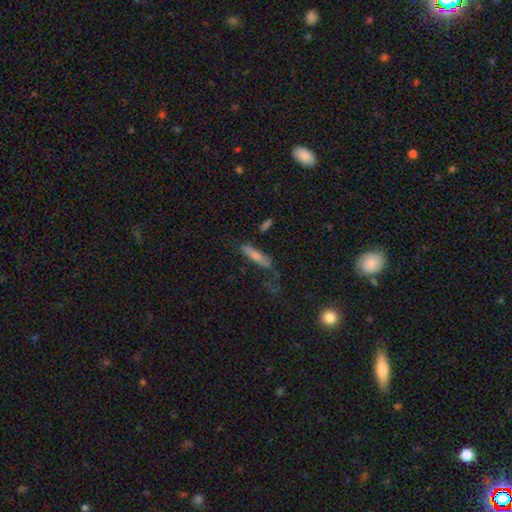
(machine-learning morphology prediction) type=smooth (66%); roundness=cigar-shaped (78%); merging=none (56%).